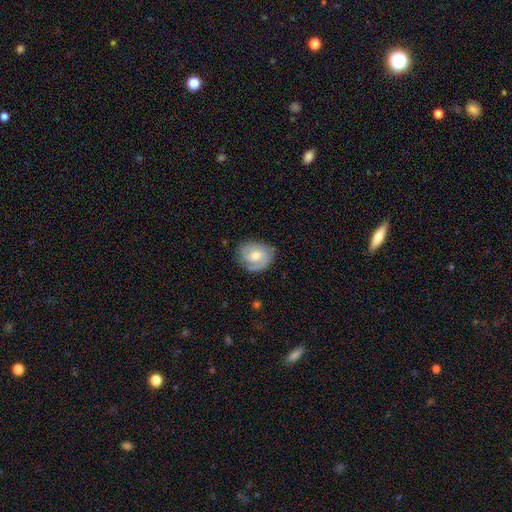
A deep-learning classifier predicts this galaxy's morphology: Overall: featured or disk (69%). Edge-on disk: no (97%). Bar: no (54%; weak 39%). Spiral arms: yes (90%). Spiral arm count: 2 (52%; 1 23%). Spiral winding: tight (48%; medium 38%). Bulge size: moderate (62%; small 30%). Merging: none (69%).